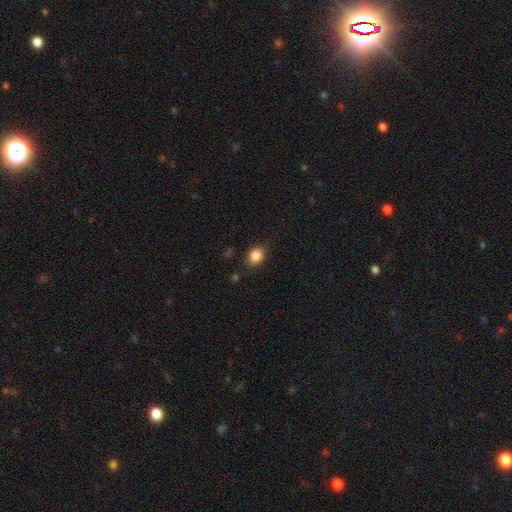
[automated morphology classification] Q: Smooth or featured?
A: smooth (86%); runner-up: star or artifact (9%)
Q: How rounded?
A: in between (66%); runner-up: round (33%)
Q: Merging?
A: none (82%); runner-up: minor disturbance (12%)